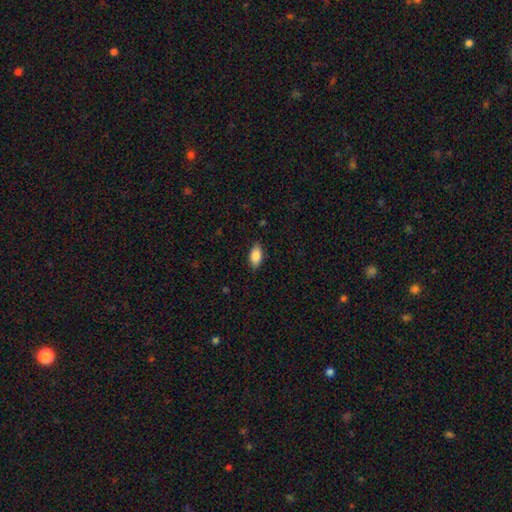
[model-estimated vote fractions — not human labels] Overall: smooth (85%). How rounded: in between (90%). Merging: none (86%).